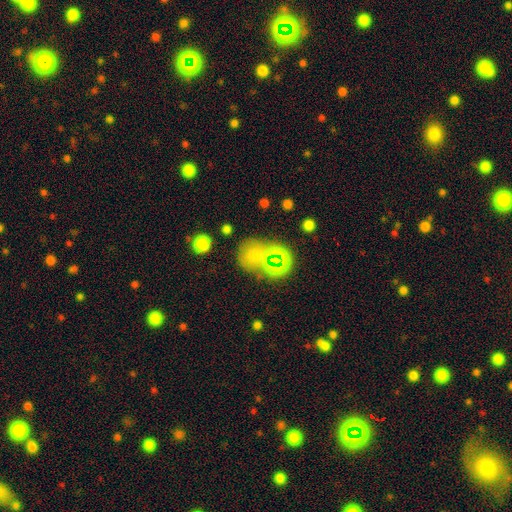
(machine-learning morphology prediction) smooth-or-featured: smooth: 58% | star or artifact: 30% | featured or disk: 12%
  how-rounded: round: 73% | in between: 25% | cigar-shaped: 1%
  merging: none: 57% | merger: 17% | minor disturbance: 15% | major disturbance: 10%